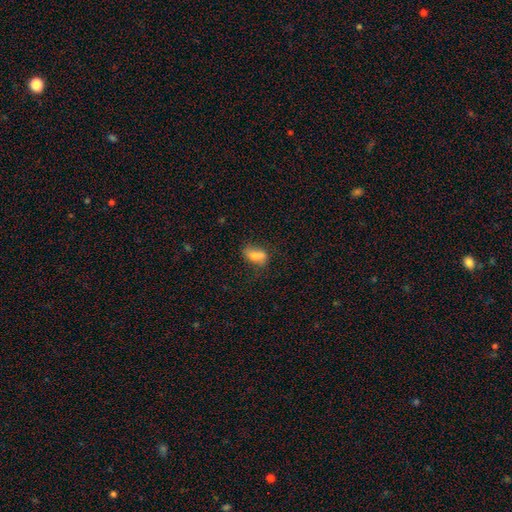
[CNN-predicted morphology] Overall: smooth (66%). How rounded: in between (78%). Merging: none (38%, tied with merger).